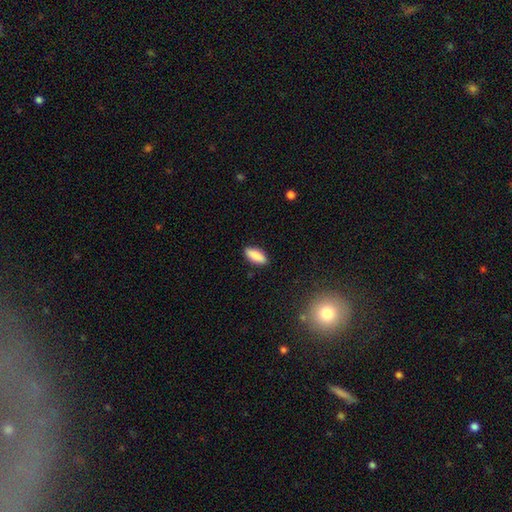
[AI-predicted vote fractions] Smooth or featured?
  - smooth: 87% *
  - star or artifact: 7%
  - featured or disk: 6%
How rounded?
  - in between: 74% *
  - cigar-shaped: 24%
  - round: 2%
Merging?
  - none: 88% *
  - minor disturbance: 9%
  - major disturbance: 2%
  - merger: 1%